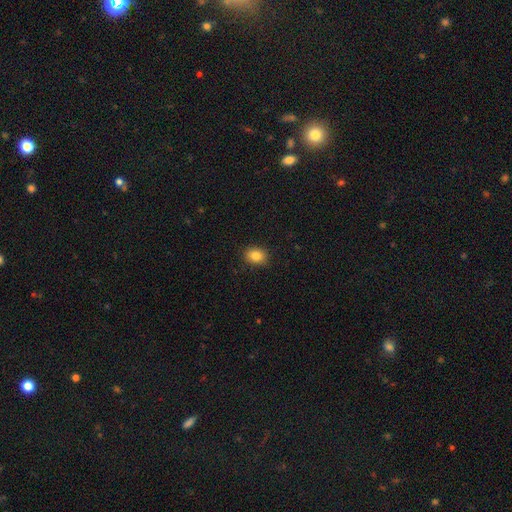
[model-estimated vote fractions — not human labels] The model was most divided on "how rounded": in between: 65%, round: 34%, cigar-shaped: 1%. More confident: merging — none (88%); smooth or featured — smooth (85%).